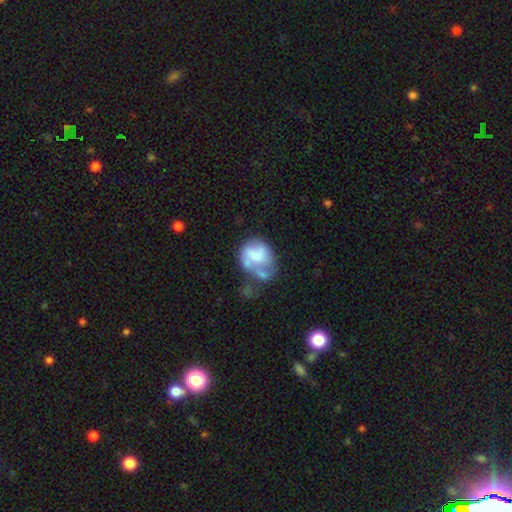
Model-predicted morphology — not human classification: Overall: smooth (47%; featured or disk 44%). Merging: major disturbance (29%; merger 28%).